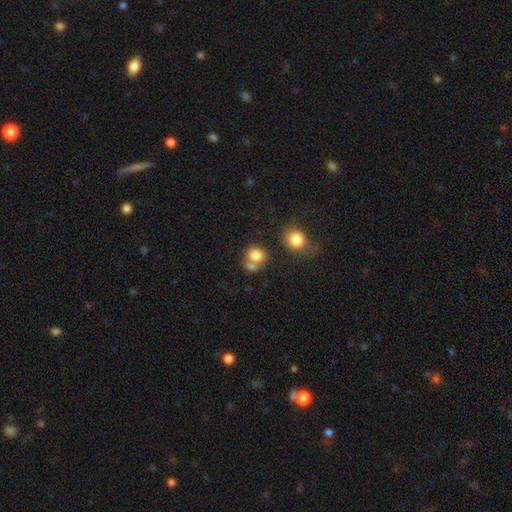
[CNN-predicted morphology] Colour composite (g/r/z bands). It shows a smooth galaxy with no disk features (80%) that is round (64%). Merging: none (44%).